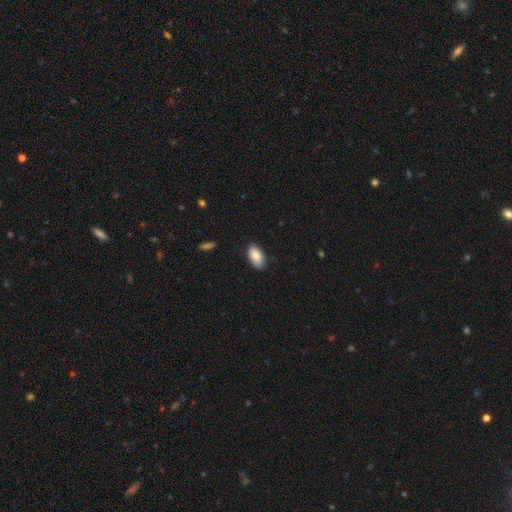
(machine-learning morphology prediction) smooth 83%, featured or disk 10%, star or artifact 6%. Down the decision tree: how rounded — in between (95%); merging — none (84%).